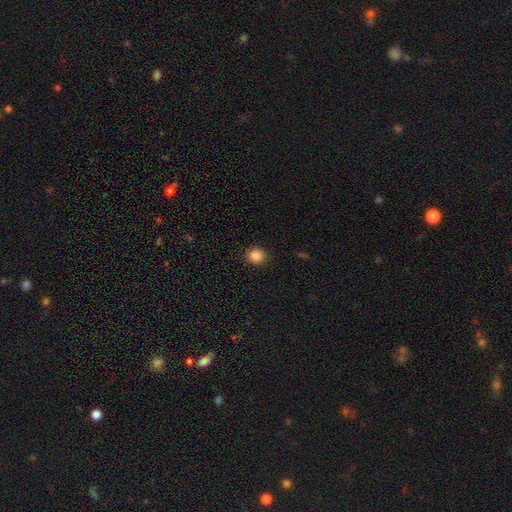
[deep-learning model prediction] This appears to be a smooth galaxy with no disk features (86%) that is round (79%). Merging: none (91%).